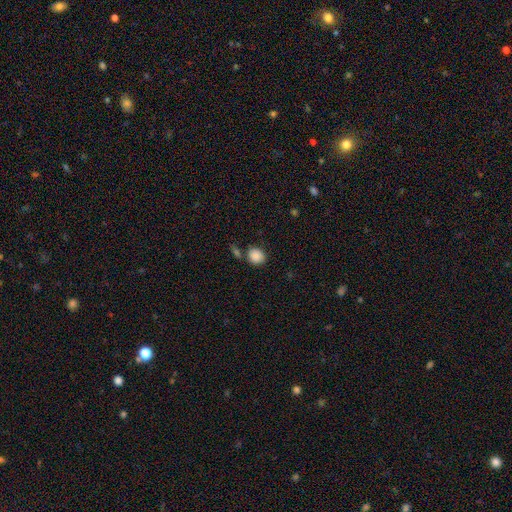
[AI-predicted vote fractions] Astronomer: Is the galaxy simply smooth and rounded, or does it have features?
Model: smooth — 88%.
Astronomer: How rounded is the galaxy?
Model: round — 68%.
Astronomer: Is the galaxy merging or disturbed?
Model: none — 71%.